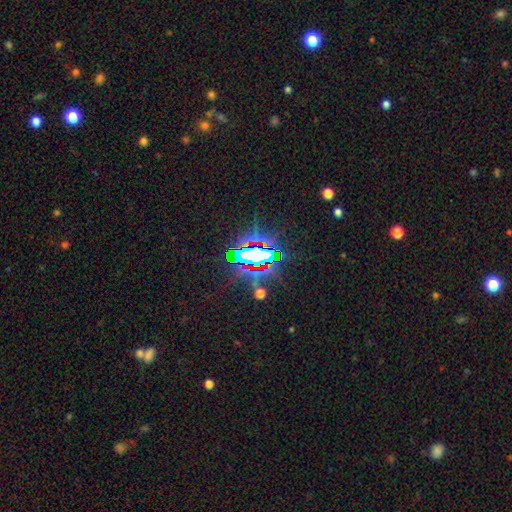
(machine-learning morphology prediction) This appears to be a star or artifact, not a galaxy (69%).